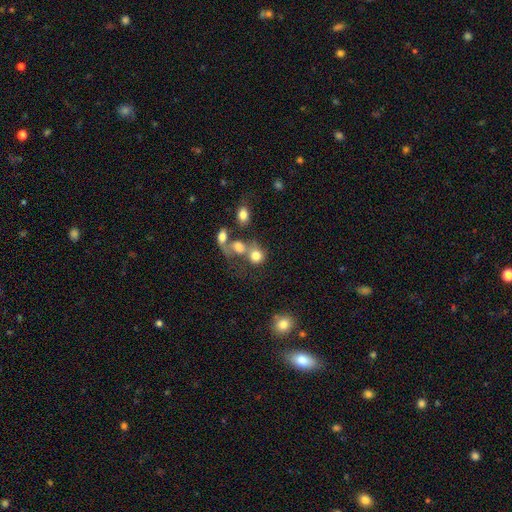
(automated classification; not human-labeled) This is likely a smooth galaxy (75%). How rounded: likely round (76%). Merging: marginally merger (42%).